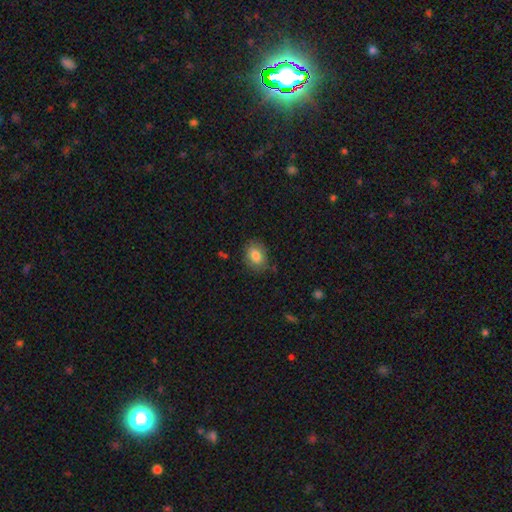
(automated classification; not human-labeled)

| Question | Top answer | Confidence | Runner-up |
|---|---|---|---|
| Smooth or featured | smooth | 80% | featured or disk (12%) |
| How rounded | in between | 72% | round (27%) |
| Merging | none | 78% | minor disturbance (16%) |